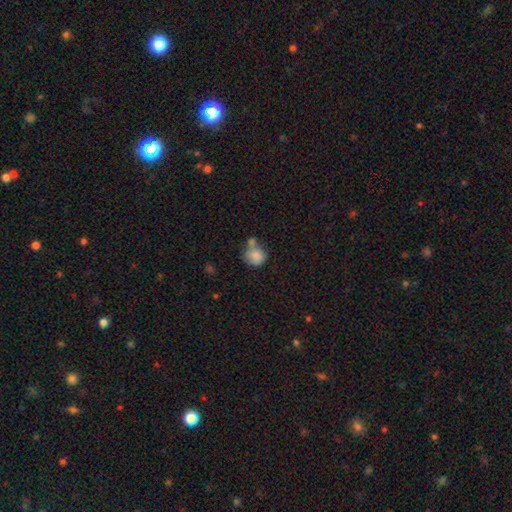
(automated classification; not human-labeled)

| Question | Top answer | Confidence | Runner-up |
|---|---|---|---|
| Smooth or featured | smooth | 83% | featured or disk (9%) |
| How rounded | round | 82% | in between (17%) |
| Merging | none | 41% | merger (37%) |